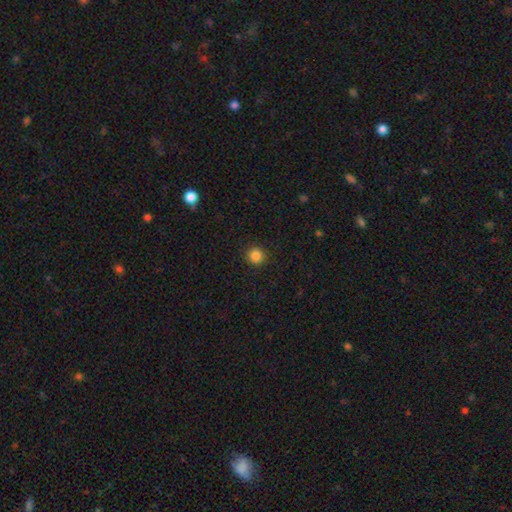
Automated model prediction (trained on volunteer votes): Smooth or featured? Predicted: smooth (p=0.86). How rounded? Predicted: round (p=0.94). Merging? Predicted: none (p=0.92).